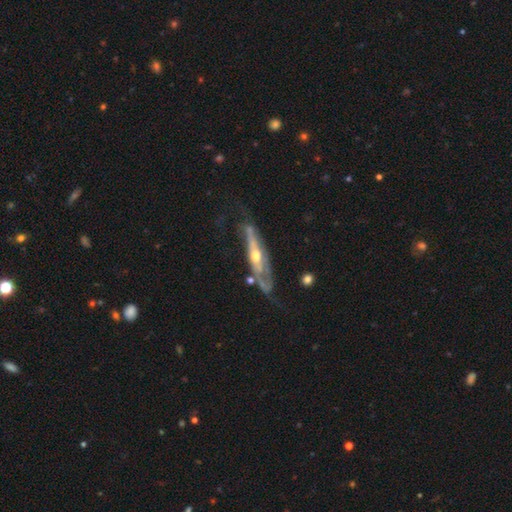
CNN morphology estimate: smooth-or-featured: featured or disk: 76% | smooth: 18% | star or artifact: 5%
  disk-edge-on: yes: 57% | no: 43%
  merging: none: 41% | minor disturbance: 27% | major disturbance: 24% | merger: 7%